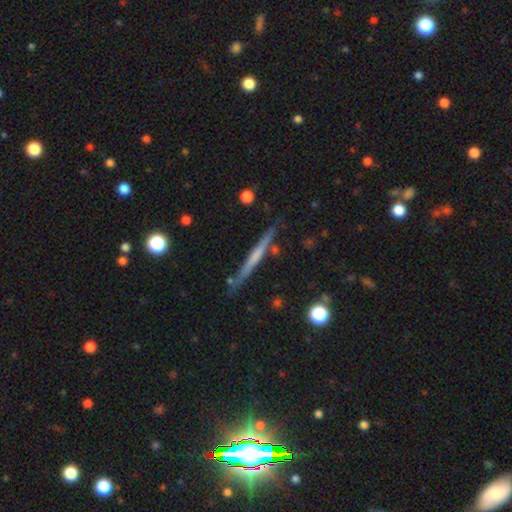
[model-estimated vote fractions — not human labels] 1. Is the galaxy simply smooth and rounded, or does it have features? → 54% featured or disk, 39% smooth, 7% star or artifact.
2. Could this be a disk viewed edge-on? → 97% yes, 3% no.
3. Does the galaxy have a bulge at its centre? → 74% none, 17% rounded, 9% boxy.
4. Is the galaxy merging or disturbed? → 83% none, 11% minor disturbance, 4% merger, 2% major disturbance.